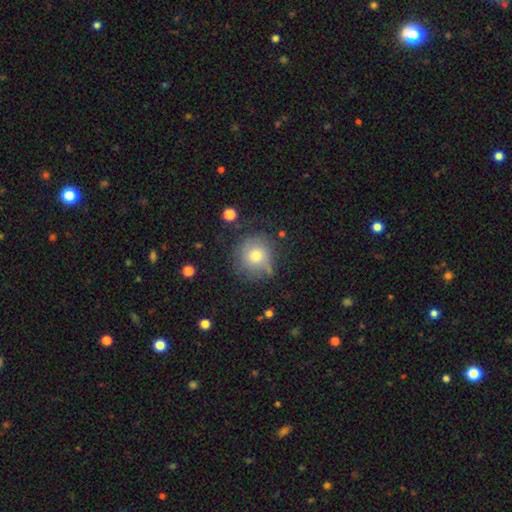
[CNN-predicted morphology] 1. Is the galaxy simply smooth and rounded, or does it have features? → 72% smooth, 16% featured or disk, 12% star or artifact.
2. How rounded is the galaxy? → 89% round, 10% in between, 1% cigar-shaped.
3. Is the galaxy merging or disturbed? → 68% none, 21% minor disturbance, 7% major disturbance, 4% merger.